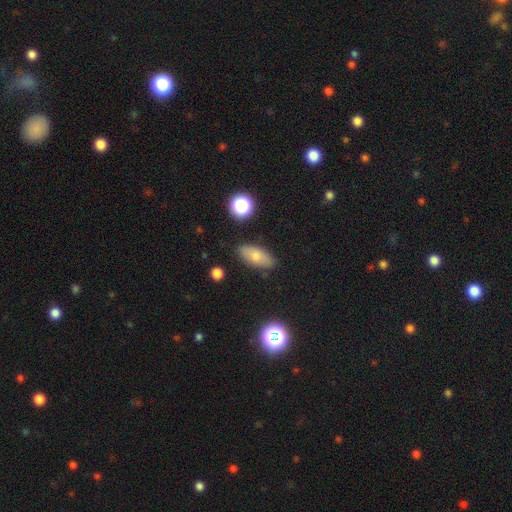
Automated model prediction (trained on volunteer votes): Smooth or featured?
  - smooth: 74% *
  - featured or disk: 17%
  - star or artifact: 9%
How rounded?
  - in between: 85% *
  - cigar-shaped: 10%
  - round: 4%
Merging?
  - none: 83% *
  - minor disturbance: 12%
  - major disturbance: 3%
  - merger: 2%